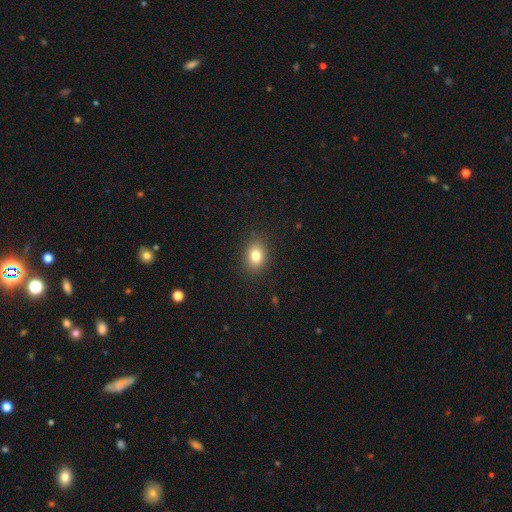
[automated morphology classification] smooth_or_featured: smooth (p=0.81) [alt: star or artifact p=0.11]
how_rounded: in between (p=0.64) [alt: round p=0.35]
merging: none (p=0.87) [alt: minor disturbance p=0.09]